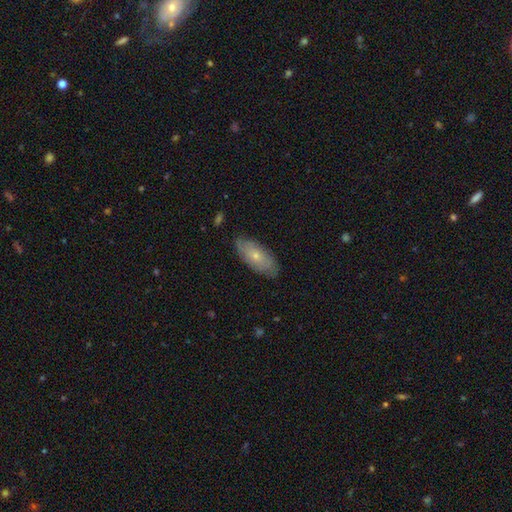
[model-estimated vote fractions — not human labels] smooth 56%, featured or disk 37%, star or artifact 6%. Down the decision tree: how rounded — in between (86%); merging — none (80%).